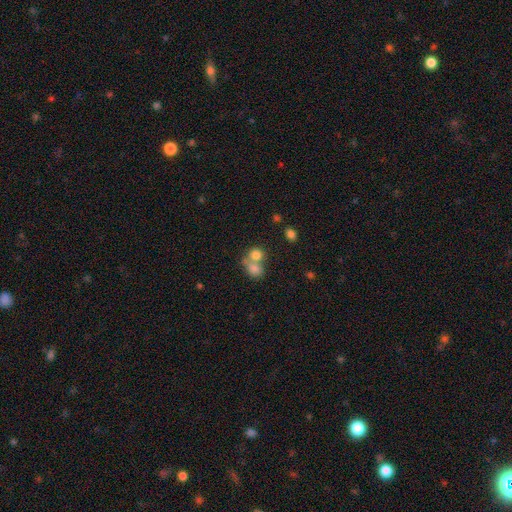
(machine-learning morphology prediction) This is likely a smooth galaxy (77%). How rounded: likely round (66%). Merging: possibly merger (57%).